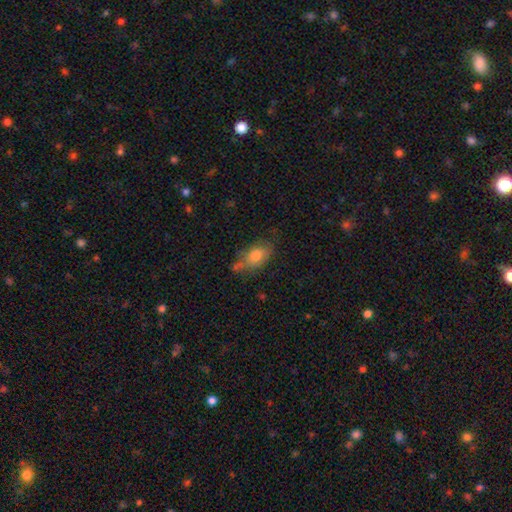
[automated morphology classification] smooth-or-featured: smooth: 77% | featured or disk: 16% | star or artifact: 8%
  how-rounded: in between: 87% | round: 9% | cigar-shaped: 4%
  merging: none: 53% | minor disturbance: 28% | merger: 9% | major disturbance: 9%